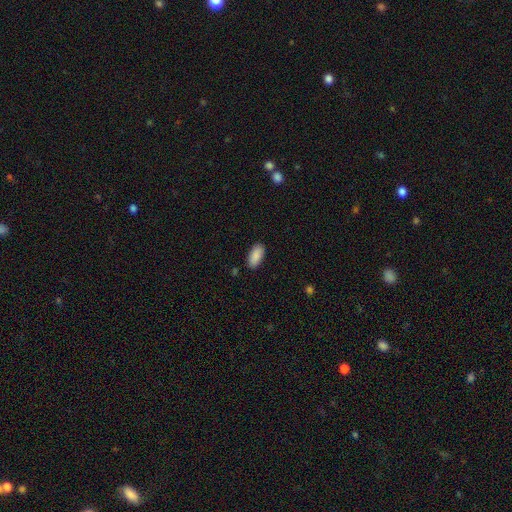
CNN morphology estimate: This is clearly a smooth galaxy (90%). How rounded: clearly in between (91%). Merging: clearly none (88%).